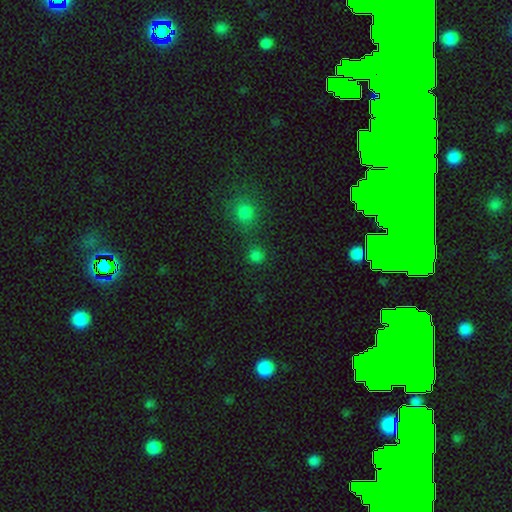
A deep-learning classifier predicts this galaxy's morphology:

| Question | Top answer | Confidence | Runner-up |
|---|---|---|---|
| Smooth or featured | smooth | 76% | star or artifact (20%) |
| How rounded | round | 91% | in between (8%) |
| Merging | none | 72% | merger (15%) |